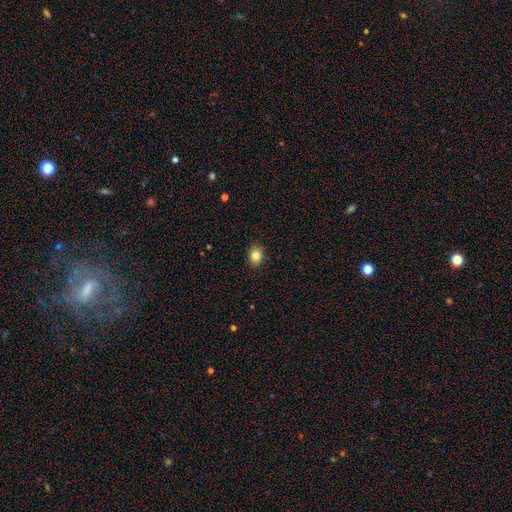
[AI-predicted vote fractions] Smooth or featured?
  - smooth: 84% *
  - star or artifact: 9%
  - featured or disk: 6%
How rounded?
  - in between: 66% *
  - round: 33%
  - cigar-shaped: 1%
Merging?
  - none: 89% *
  - minor disturbance: 8%
  - major disturbance: 2%
  - merger: 1%